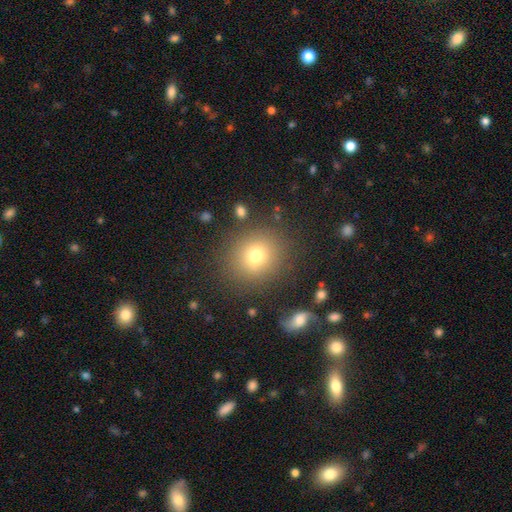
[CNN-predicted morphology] smooth 74%, star or artifact 15%, featured or disk 12%. Down the decision tree: how rounded — round (82%); merging — none (85%).